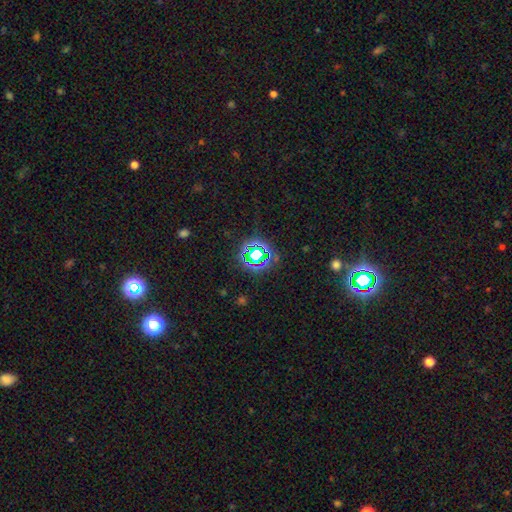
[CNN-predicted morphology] A star or artifact, not a galaxy (70%).

Vote fractions:
- Smooth or featured? star or artifact: 70% / smooth: 20% / featured or disk: 10%